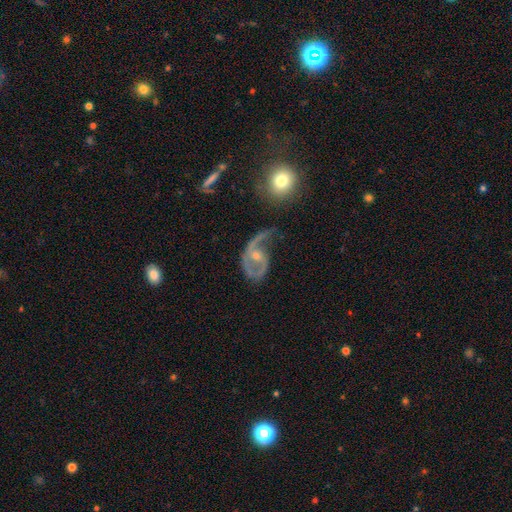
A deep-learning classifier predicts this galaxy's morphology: A featured or disk galaxy (83%) with no bar (55%), 2 (58%) loose (44%) spiral arms (89%) and a small central bulge (55%). Merging: major disturbance (39%).